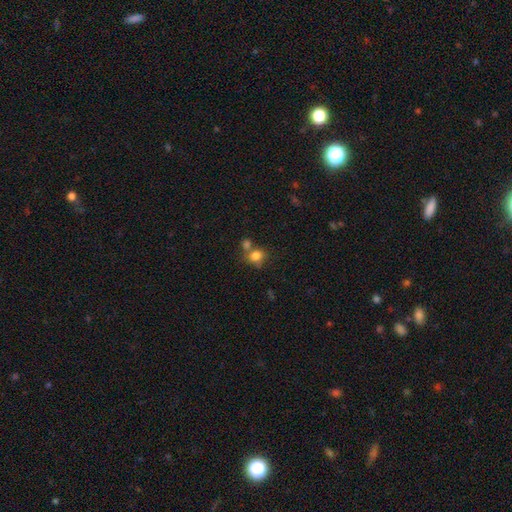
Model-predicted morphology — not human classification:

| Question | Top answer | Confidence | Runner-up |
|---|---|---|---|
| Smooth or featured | smooth | 80% | star or artifact (11%) |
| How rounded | round | 68% | in between (30%) |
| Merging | none | 51% | merger (31%) |